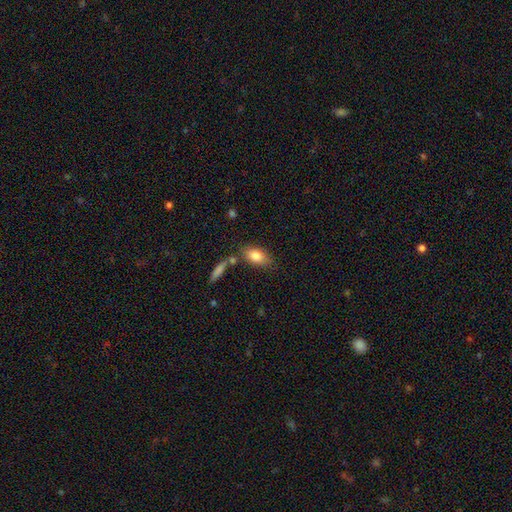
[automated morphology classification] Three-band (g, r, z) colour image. It shows a smooth galaxy with no disk features (82%) that is in between round and cigar-shaped (88%). Merging: none (70%).